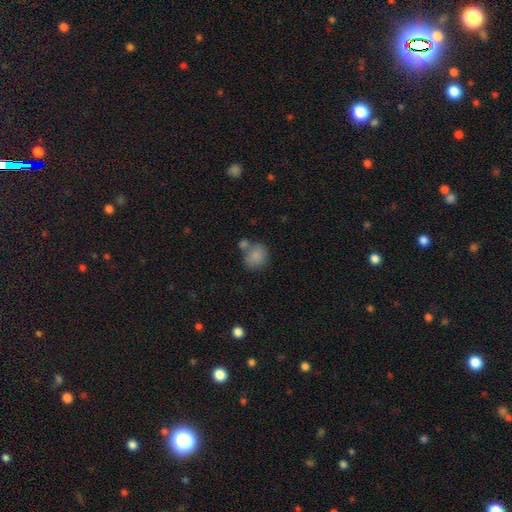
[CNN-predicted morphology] Q: Smooth or featured?
A: smooth (84%); runner-up: star or artifact (9%)
Q: How rounded?
A: round (74%); runner-up: in between (25%)
Q: Merging?
A: none (54%); runner-up: merger (27%)